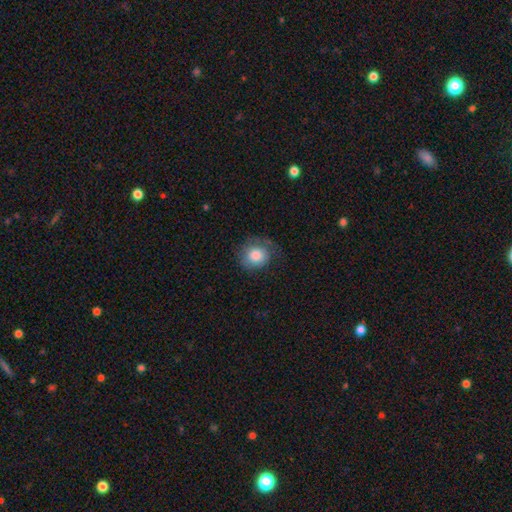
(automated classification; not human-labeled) Smooth or featured? Predicted: smooth (p=0.78). How rounded? Predicted: round (p=0.83). Merging? Predicted: none (p=0.61).